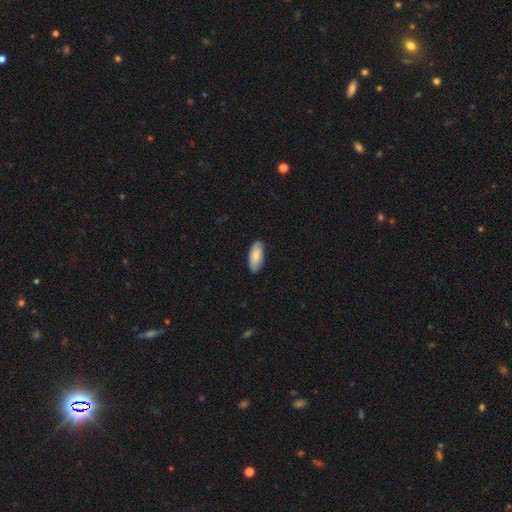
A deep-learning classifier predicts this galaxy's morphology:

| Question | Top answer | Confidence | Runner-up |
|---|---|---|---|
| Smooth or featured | smooth | 80% | featured or disk (14%) |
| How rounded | in between | 87% | cigar-shaped (11%) |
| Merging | none | 86% | minor disturbance (11%) |